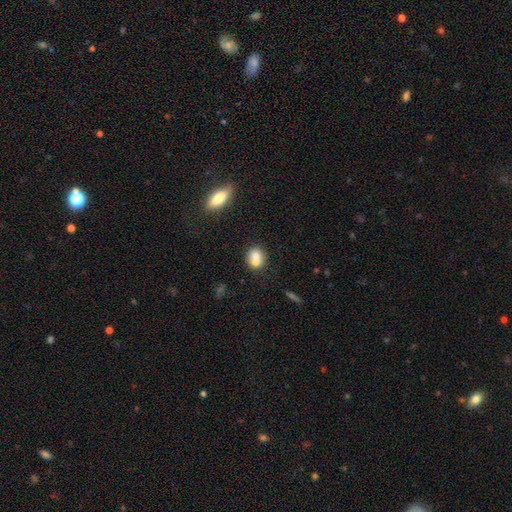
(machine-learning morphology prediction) A smooth galaxy with no disk features (72%) that is round (65%).

Vote fractions:
- Smooth or featured? smooth: 72% / featured or disk: 18% / star or artifact: 10%
- How rounded? round: 65% / in between: 34% / cigar-shaped: 1%
- Merging? merger: 52% / none: 35% / minor disturbance: 9% / major disturbance: 3%